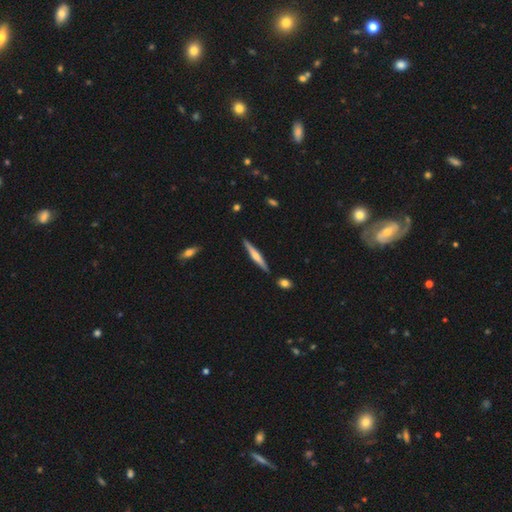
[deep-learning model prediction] Morphology: type=featured or disk (58%); edge-on=yes (97%); edge-on bulge=rounded (78%); merging=none (89%).